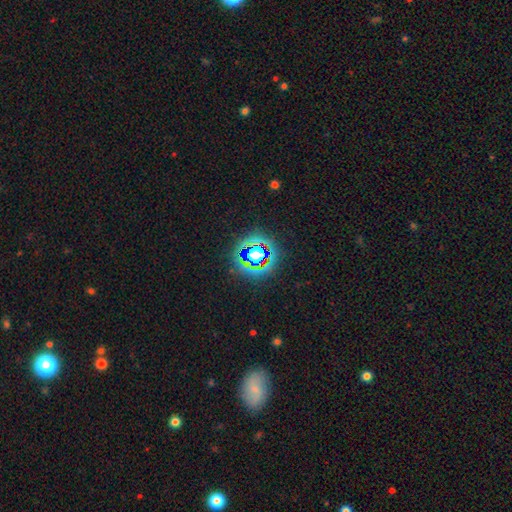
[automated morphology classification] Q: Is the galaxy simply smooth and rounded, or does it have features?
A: star or artifact — 63%.